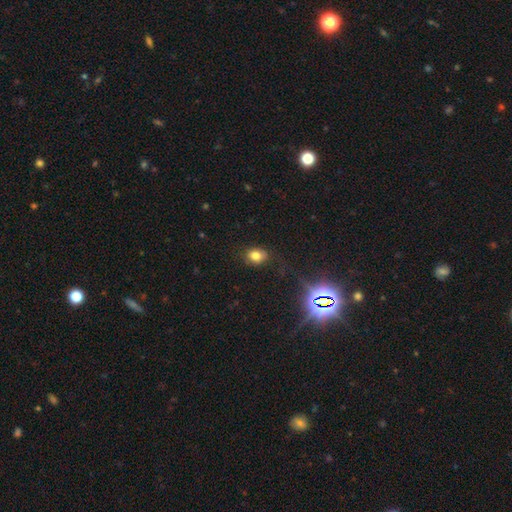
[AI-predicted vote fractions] This is likely a smooth galaxy (75%). How rounded: possibly round (51%). Merging: likely none (79%).